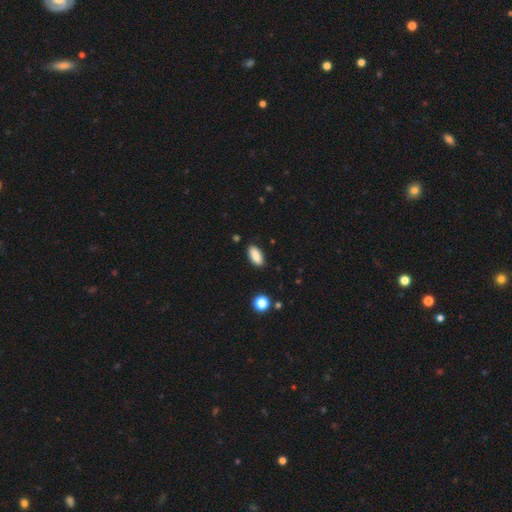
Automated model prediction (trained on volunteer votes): smooth 87%, star or artifact 7%, featured or disk 5%. Down the decision tree: how rounded — in between (88%); merging — none (87%).